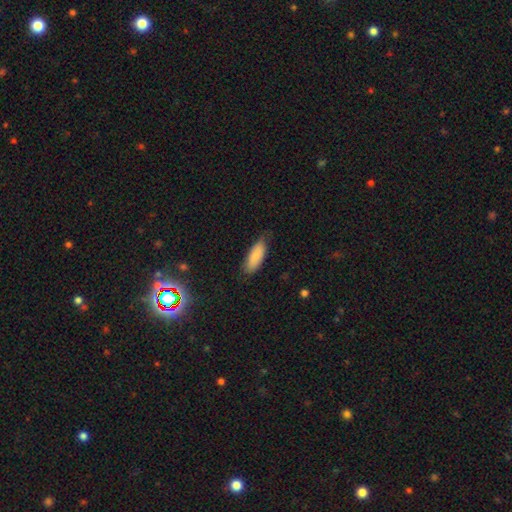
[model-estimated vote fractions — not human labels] Smooth or featured?
  - smooth: 85% *
  - featured or disk: 9%
  - star or artifact: 6%
How rounded?
  - in between: 76% *
  - cigar-shaped: 22%
  - round: 2%
Merging?
  - none: 73% *
  - minor disturbance: 21%
  - major disturbance: 4%
  - merger: 1%